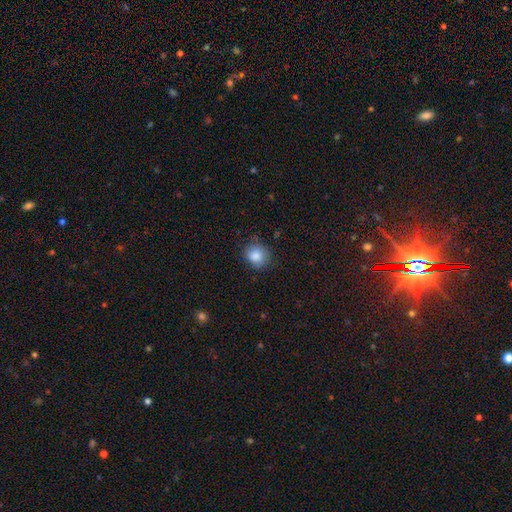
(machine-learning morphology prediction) Smooth or featured? Predicted: smooth (p=0.85). How rounded? Predicted: round (p=0.79). Merging? Predicted: none (p=0.77).